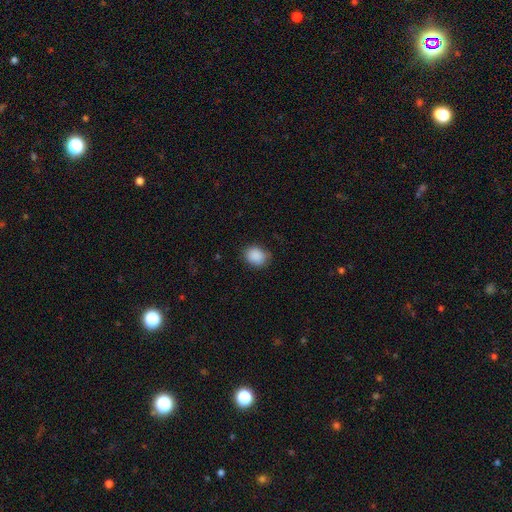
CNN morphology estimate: Smooth or featured?
  - smooth: 89% *
  - star or artifact: 8%
  - featured or disk: 3%
How rounded?
  - round: 50% *
  - in between: 49%
  - cigar-shaped: 1%
Merging?
  - none: 81% *
  - minor disturbance: 14%
  - major disturbance: 4%
  - merger: 1%